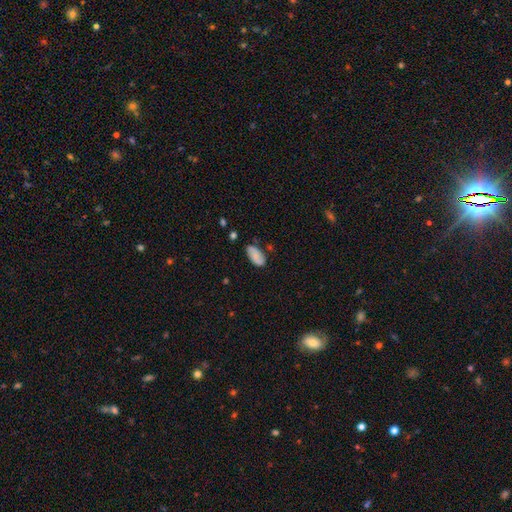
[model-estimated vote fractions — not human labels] This is likely a smooth galaxy (77%). How rounded: clearly in between (93%). Merging: likely none (69%).